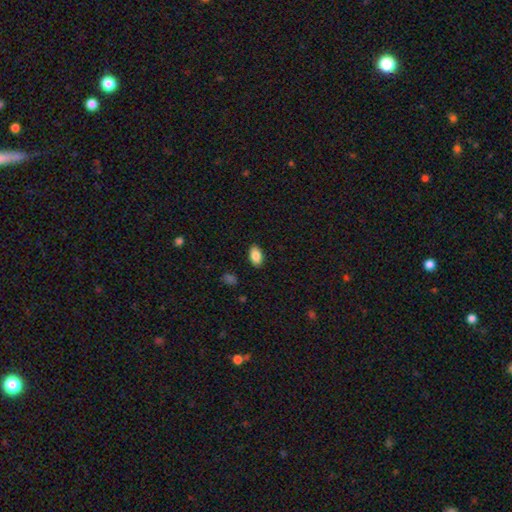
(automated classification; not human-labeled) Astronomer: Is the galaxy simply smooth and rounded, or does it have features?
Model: smooth — 87%.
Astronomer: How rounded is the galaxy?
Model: in between — 92%.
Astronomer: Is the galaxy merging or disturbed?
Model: none — 88%.